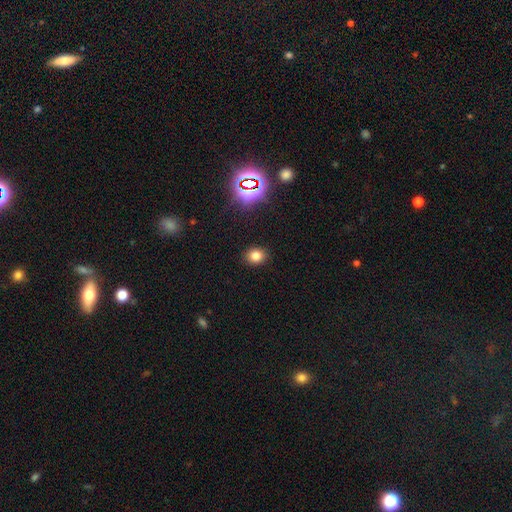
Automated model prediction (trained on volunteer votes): smooth_or_featured: smooth (p=0.77) [alt: star or artifact p=0.17]
how_rounded: round (p=0.60) [alt: in between p=0.39]
merging: none (p=0.89) [alt: minor disturbance p=0.07]